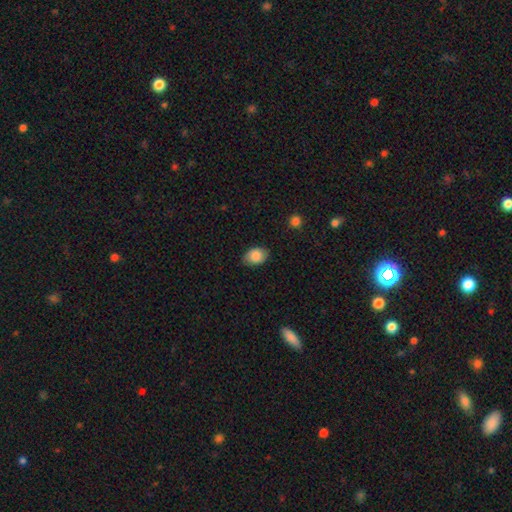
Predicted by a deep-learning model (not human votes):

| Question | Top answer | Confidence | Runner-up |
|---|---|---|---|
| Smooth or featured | smooth | 87% | star or artifact (7%) |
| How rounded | in between | 80% | round (19%) |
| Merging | none | 84% | minor disturbance (13%) |